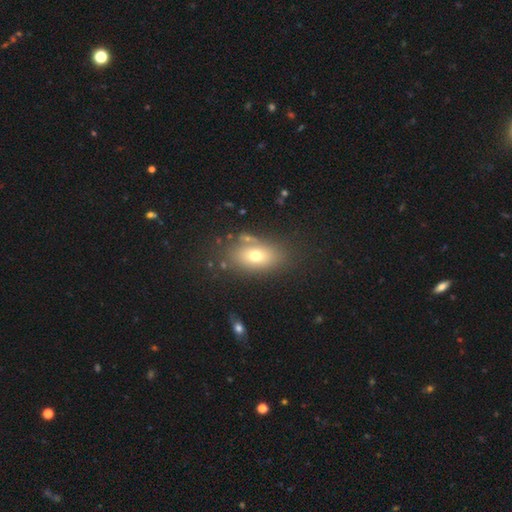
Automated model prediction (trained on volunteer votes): A smooth galaxy with no disk features (69%) that is in between round and cigar-shaped (81%). Merging: none (73%).